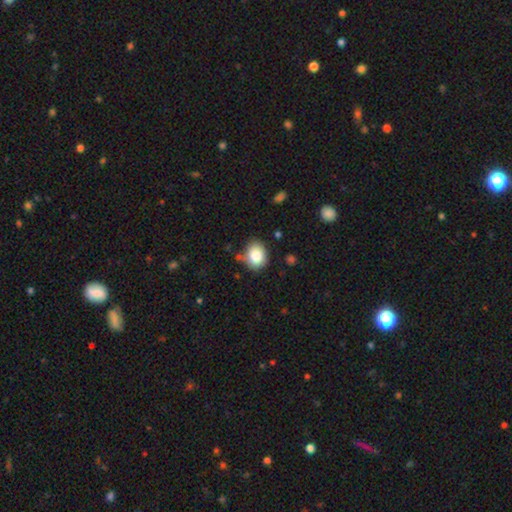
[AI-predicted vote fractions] Q: Smooth or featured?
A: smooth (84%); runner-up: star or artifact (9%)
Q: How rounded?
A: round (51%); runner-up: in between (48%)
Q: Merging?
A: none (74%); runner-up: minor disturbance (18%)